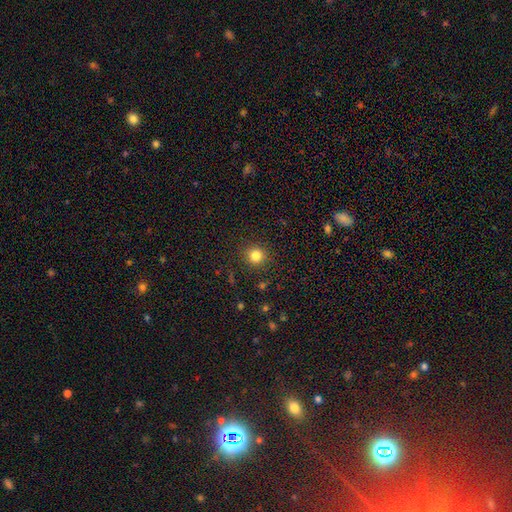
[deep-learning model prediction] This appears to be a smooth galaxy with no disk features (82%) that is round (92%). Merging: none (90%).